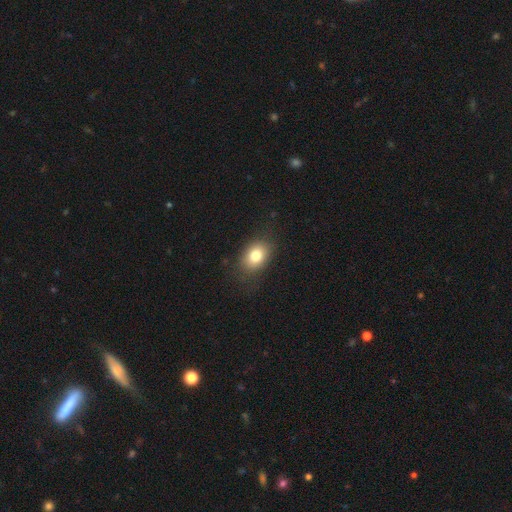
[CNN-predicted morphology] A smooth galaxy with no disk features (80%) that is in between round and cigar-shaped (75%).

Vote fractions:
- Smooth or featured? smooth: 80% / featured or disk: 11% / star or artifact: 10%
- How rounded? in between: 75% / round: 24% / cigar-shaped: 1%
- Merging? none: 80% / minor disturbance: 14% / major disturbance: 5% / merger: 1%